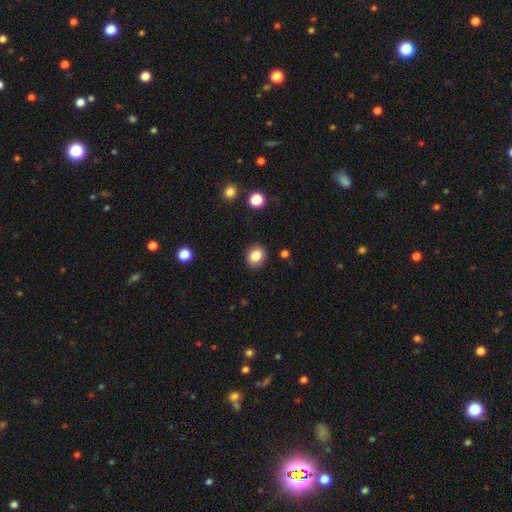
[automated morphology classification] Smooth or featured? Predicted: smooth (p=0.84). How rounded? Predicted: round (p=0.68). Merging? Predicted: none (p=0.89).